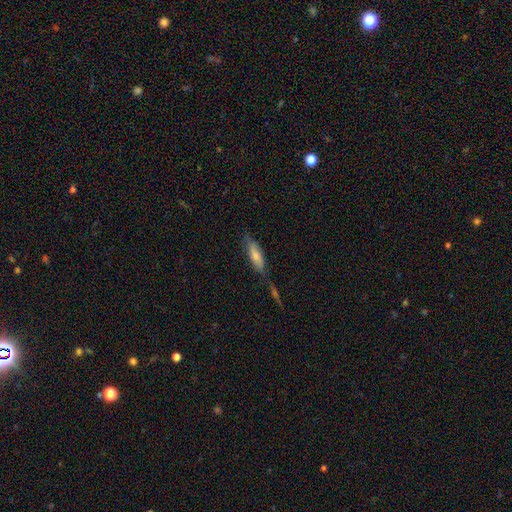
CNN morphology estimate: Smooth or featured: smooth — 73% (featured or disk — 21%)
How rounded: in between — 53% (cigar-shaped — 45%)
Merging: none — 61% (minor disturbance — 22%)